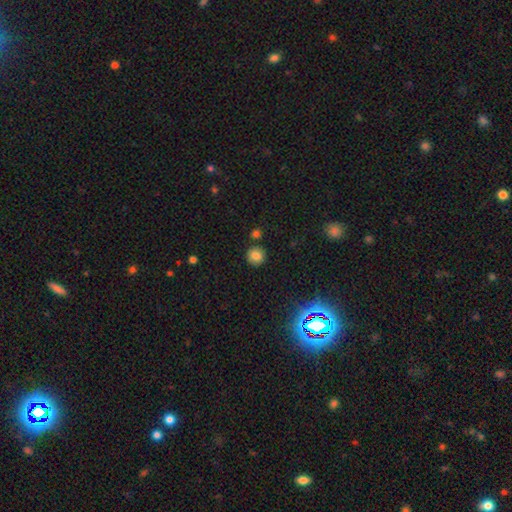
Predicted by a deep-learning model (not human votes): Q: Smooth or featured?
A: smooth (78%); runner-up: star or artifact (14%)
Q: How rounded?
A: round (92%); runner-up: in between (7%)
Q: Merging?
A: none (86%); runner-up: minor disturbance (7%)